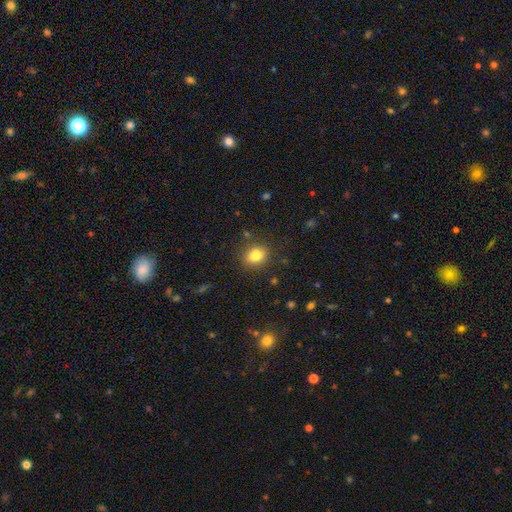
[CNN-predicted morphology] Overall: smooth (82%). How rounded: round (53%; in between 46%). Merging: none (83%).